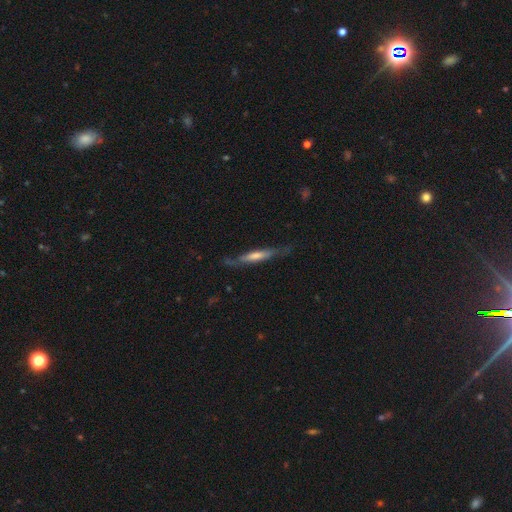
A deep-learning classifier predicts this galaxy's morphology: This is possibly a featured or disk galaxy (58%). It is clearly viewed edge-on (83%). Merging: likely none (69%).